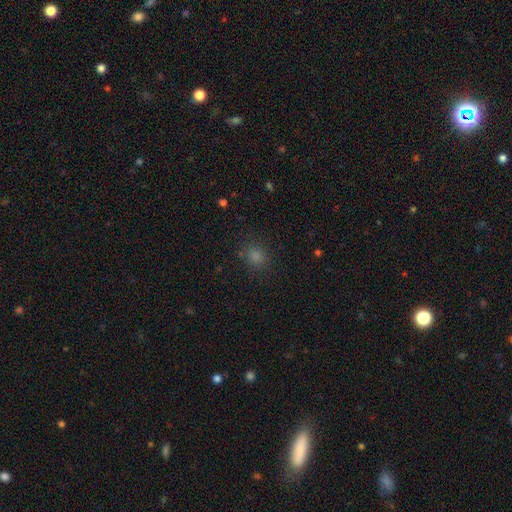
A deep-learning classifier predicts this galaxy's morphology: Smooth or featured? smooth (72%)
How rounded? round (73%)
Merging? none (87%)